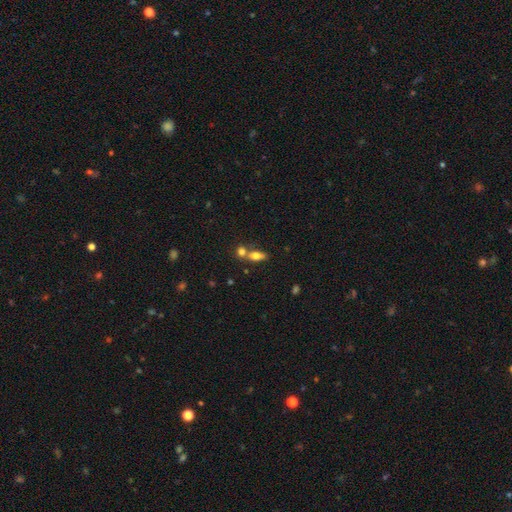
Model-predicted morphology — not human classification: smooth 70%, featured or disk 21%, star or artifact 9%. Down the decision tree: how rounded — in between (71%); merging — merger (46%).